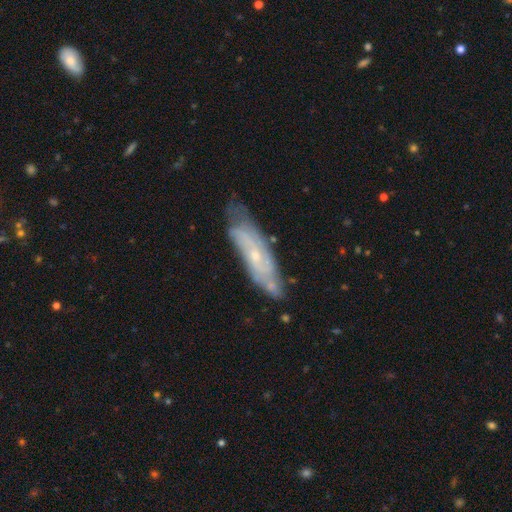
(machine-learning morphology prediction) Smooth or featured? Predicted: featured or disk (p=0.70). Edge-on disk? Predicted: no (p=0.74). Bar? Predicted: no (p=0.67). Spiral arms? Predicted: yes (p=0.82). Bulge size? Predicted: small (p=0.73). Merging? Predicted: none (p=0.61).